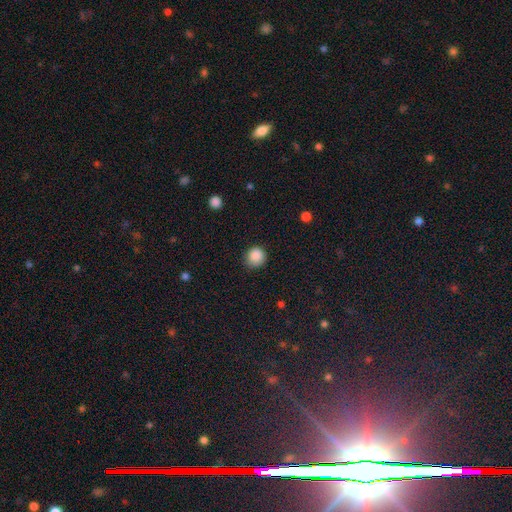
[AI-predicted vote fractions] A smooth galaxy with no disk features (88%) that is round (91%).

Vote fractions:
- Smooth or featured? smooth: 88% / star or artifact: 9% / featured or disk: 3%
- How rounded? round: 91% / in between: 8% / cigar-shaped: 1%
- Merging? none: 84% / minor disturbance: 12% / major disturbance: 3% / merger: 1%